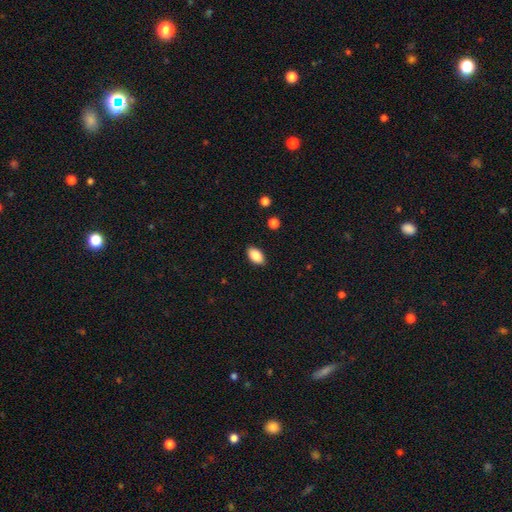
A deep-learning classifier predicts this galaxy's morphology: smooth-or-featured: smooth: 87% | star or artifact: 7% | featured or disk: 5%
  how-rounded: in between: 93% | round: 4% | cigar-shaped: 2%
  merging: none: 89% | minor disturbance: 8% | major disturbance: 2% | merger: 1%